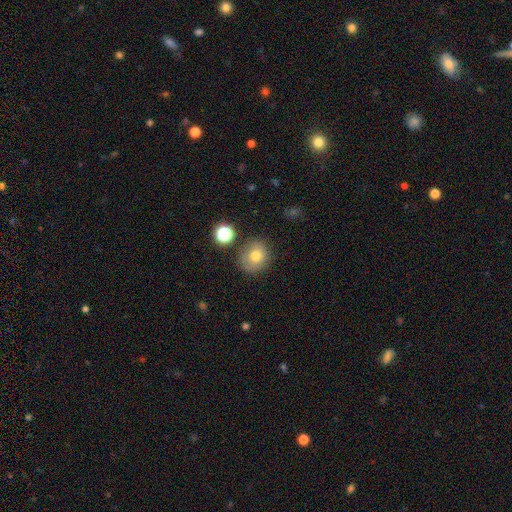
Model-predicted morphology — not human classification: smooth_or_featured: smooth (p=0.74) [alt: featured or disk p=0.14]
how_rounded: round (p=0.78) [alt: in between p=0.22]
merging: none (p=0.77) [alt: minor disturbance p=0.15]